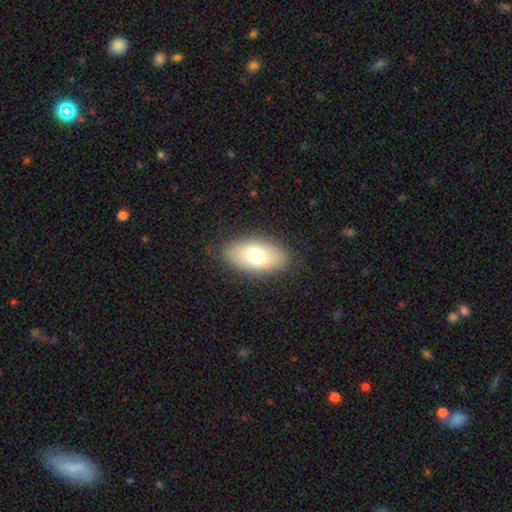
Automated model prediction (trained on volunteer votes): Morphology: type=smooth (72%); roundness=in between (93%); merging=none (83%).